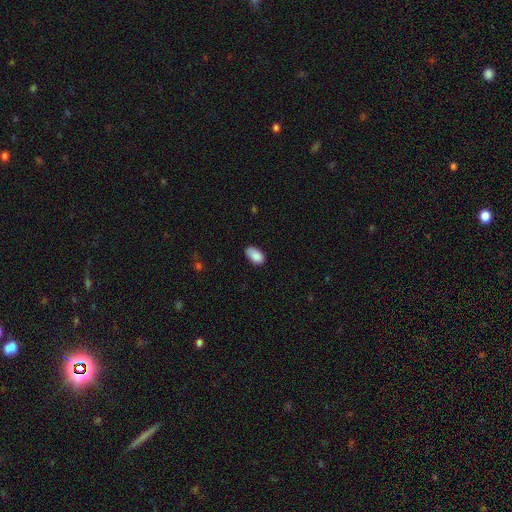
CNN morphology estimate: smooth_or_featured: smooth (p=0.88) [alt: star or artifact p=0.07]
how_rounded: in between (p=0.94) [alt: round p=0.04]
merging: none (p=0.71) [alt: minor disturbance p=0.24]